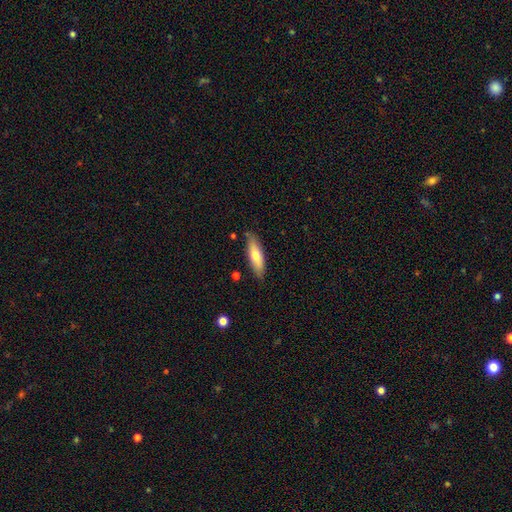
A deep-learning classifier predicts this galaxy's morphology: smooth-or-featured: smooth: 68% | featured or disk: 26% | star or artifact: 6%
  how-rounded: cigar-shaped: 53% | in between: 45% | round: 2%
  merging: none: 83% | minor disturbance: 12% | merger: 2% | major disturbance: 2%